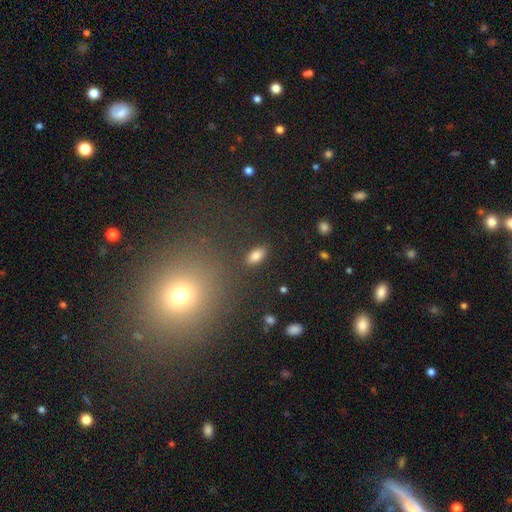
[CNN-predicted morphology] Smooth or featured? smooth (83%)
How rounded? in between (91%)
Merging? none (88%)